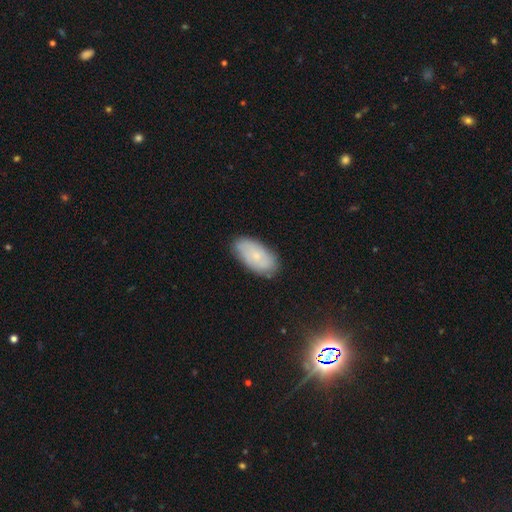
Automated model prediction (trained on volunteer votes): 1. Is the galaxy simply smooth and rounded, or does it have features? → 64% smooth, 28% featured or disk, 8% star or artifact.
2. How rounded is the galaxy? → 94% in between, 4% cigar-shaped, 3% round.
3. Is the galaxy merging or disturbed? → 79% none, 16% minor disturbance, 3% major disturbance, 1% merger.